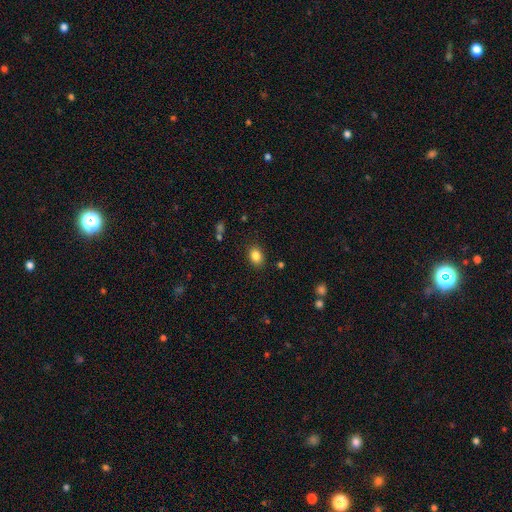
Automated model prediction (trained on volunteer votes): smooth 84%, star or artifact 10%, featured or disk 6%. Down the decision tree: how rounded — in between (64%); merging — none (86%).